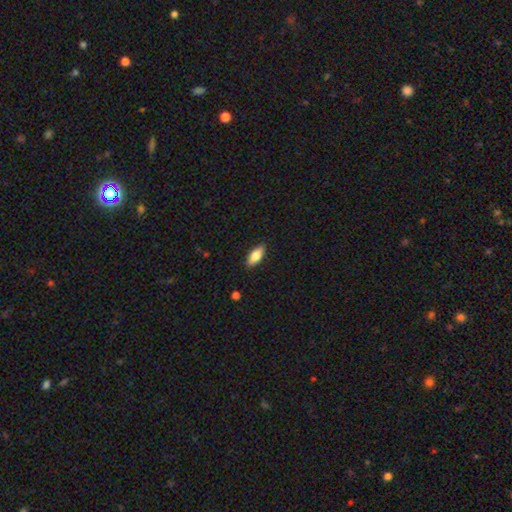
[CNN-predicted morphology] smooth 74%, featured or disk 19%, star or artifact 6%. Down the decision tree: how rounded — in between (78%); merging — none (87%).